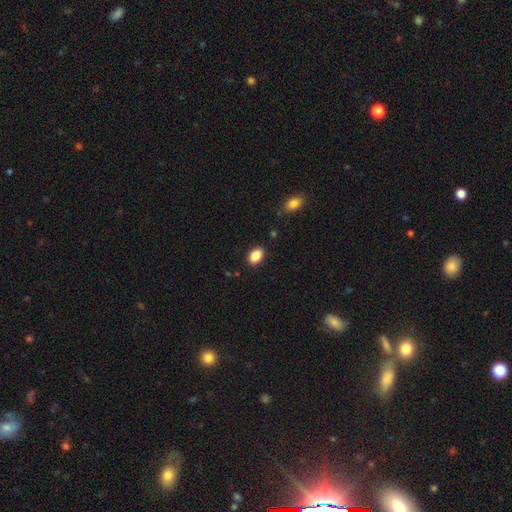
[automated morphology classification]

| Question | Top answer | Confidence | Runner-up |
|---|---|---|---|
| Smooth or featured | smooth | 87% | star or artifact (8%) |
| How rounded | in between | 86% | round (13%) |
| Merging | none | 87% | minor disturbance (9%) |